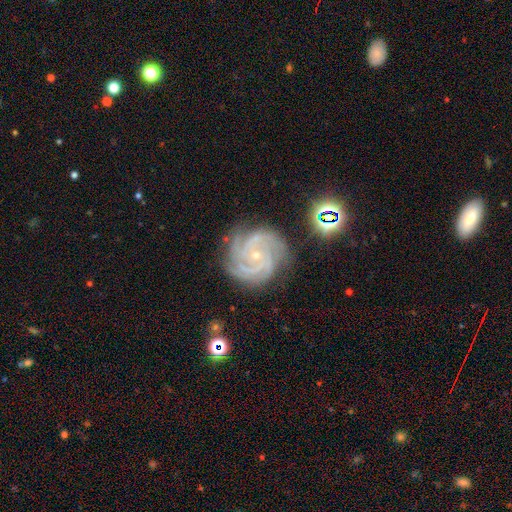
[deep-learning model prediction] smooth-or-featured: featured or disk: 90% | star or artifact: 7% | smooth: 4%
  disk-edge-on: no: 98% | yes: 2%
    bar: no: 73% | weak: 20% | strong: 7%
    has-spiral-arms: yes: 99% | no: 1%
      spiral-winding: tight: 72% | medium: 25% | loose: 3%
      spiral-arm-count: 3: 38% | 4: 32% | 2: 10% | can't tell: 8% | more than 4: 7% | 1: 6%
    bulge-size: small: 82% | moderate: 15% | none: 1% | large: 1% | dominant: 1%
  merging: none: 78% | minor disturbance: 15% | major disturbance: 4% | merger: 2%